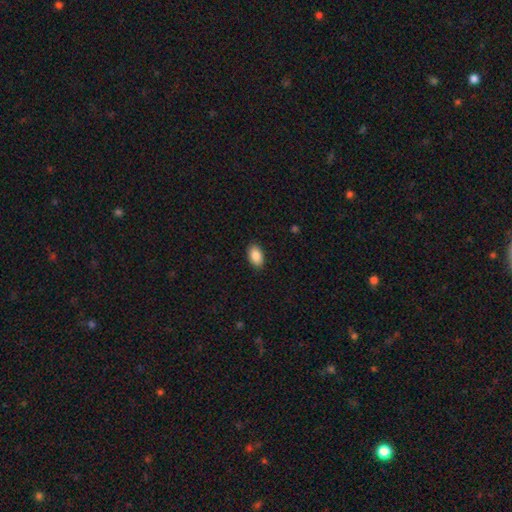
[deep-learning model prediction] The model was most divided on "merging": none: 89%, minor disturbance: 8%, major disturbance: 2%, merger: 1%. More confident: how rounded — in between (92%); smooth or featured — smooth (89%).